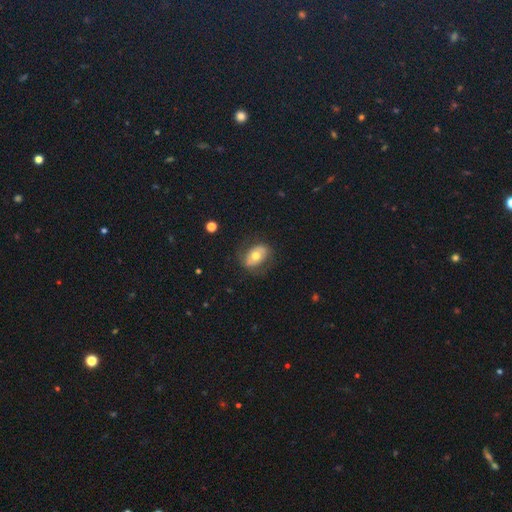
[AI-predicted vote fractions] This appears to be a smooth galaxy with no disk features (53%) that is in between round and cigar-shaped (78%). Merging: none (71%).